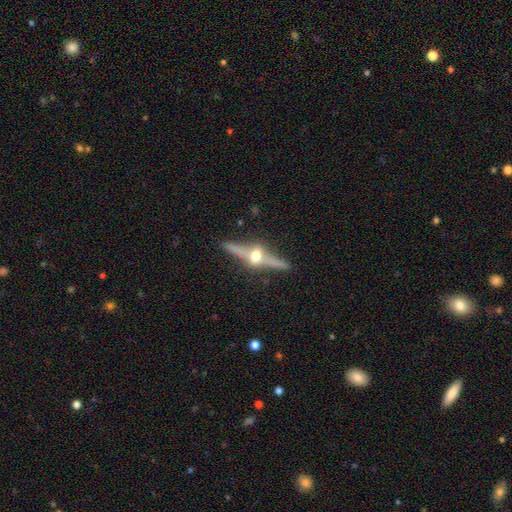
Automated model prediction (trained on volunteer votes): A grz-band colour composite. It shows a featured or disk galaxy (78%) viewed edge-on (95%) with a rounded central bulge (95%). Merging: none (82%).